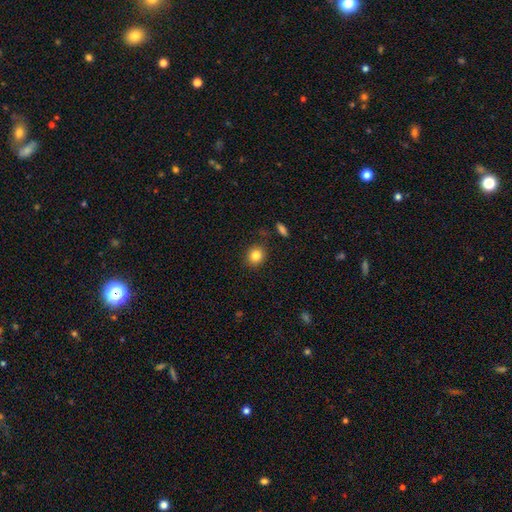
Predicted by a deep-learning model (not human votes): Smooth or featured?
  - smooth: 83% *
  - star or artifact: 10%
  - featured or disk: 6%
How rounded?
  - round: 81% *
  - in between: 18%
  - cigar-shaped: 1%
Merging?
  - none: 88% *
  - minor disturbance: 8%
  - major disturbance: 2%
  - merger: 2%